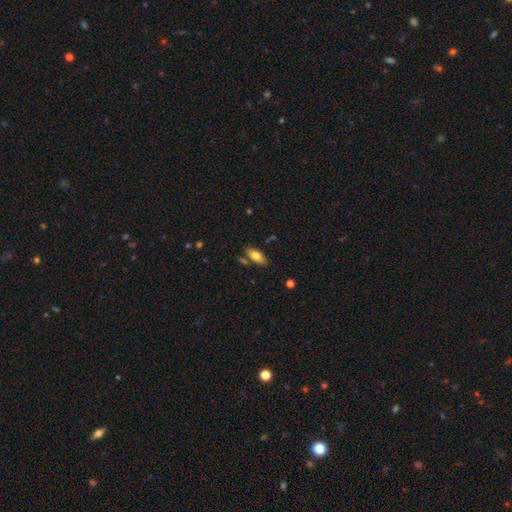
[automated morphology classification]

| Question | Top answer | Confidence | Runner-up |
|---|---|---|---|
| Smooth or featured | smooth | 74% | featured or disk (19%) |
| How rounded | in between | 84% | cigar-shaped (14%) |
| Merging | none | 76% | minor disturbance (13%) |